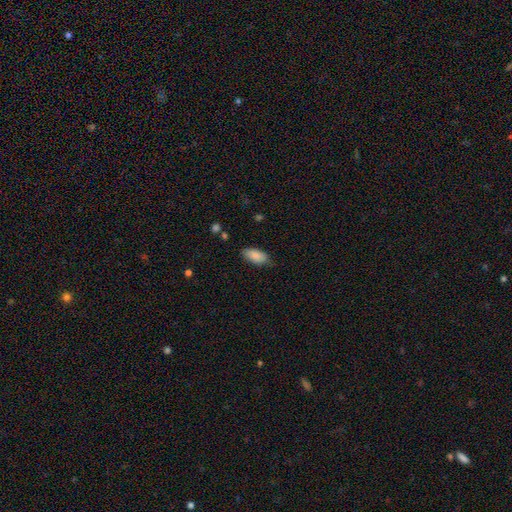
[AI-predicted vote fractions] smooth_or_featured: smooth (p=0.88) [alt: star or artifact p=0.06]
how_rounded: in between (p=0.91) [alt: cigar-shaped p=0.07]
merging: none (p=0.76) [alt: minor disturbance p=0.19]